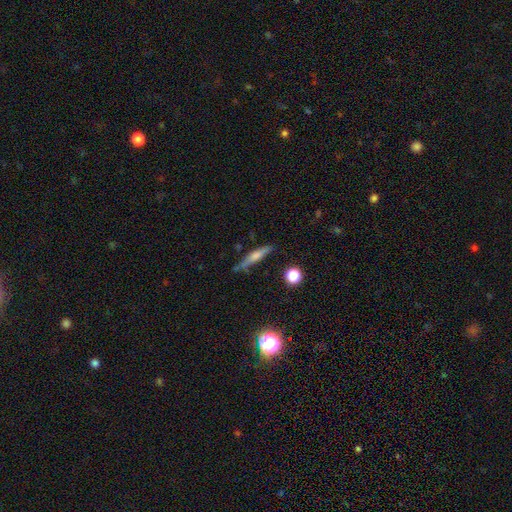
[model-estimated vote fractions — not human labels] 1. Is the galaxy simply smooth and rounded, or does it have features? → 48% featured or disk, 42% smooth, 10% star or artifact.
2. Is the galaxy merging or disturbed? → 76% none, 16% minor disturbance, 4% merger, 4% major disturbance.